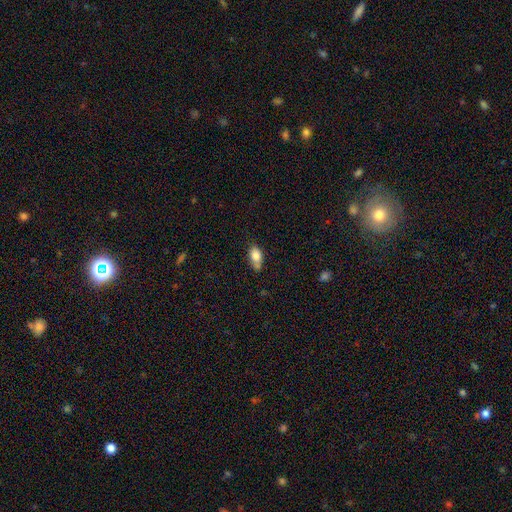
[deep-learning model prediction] This appears to be a smooth galaxy with no disk features (79%) that is in between round and cigar-shaped (86%). Merging: none (53%).